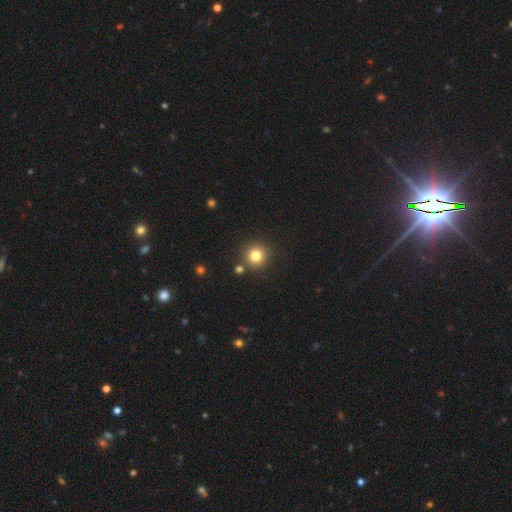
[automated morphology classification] A smooth galaxy with no disk features (80%) that is round (93%).

Vote fractions:
- Smooth or featured? smooth: 80% / star or artifact: 13% / featured or disk: 7%
- How rounded? round: 93% / in between: 6% / cigar-shaped: 1%
- Merging? none: 84% / merger: 7% / minor disturbance: 7% / major disturbance: 2%